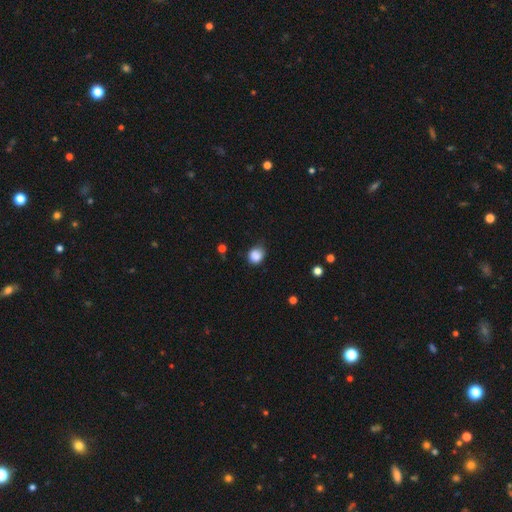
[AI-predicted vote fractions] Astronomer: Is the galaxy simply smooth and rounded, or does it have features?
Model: smooth — 85%.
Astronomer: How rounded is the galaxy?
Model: round — 70%.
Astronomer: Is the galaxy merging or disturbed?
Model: none — 62%.